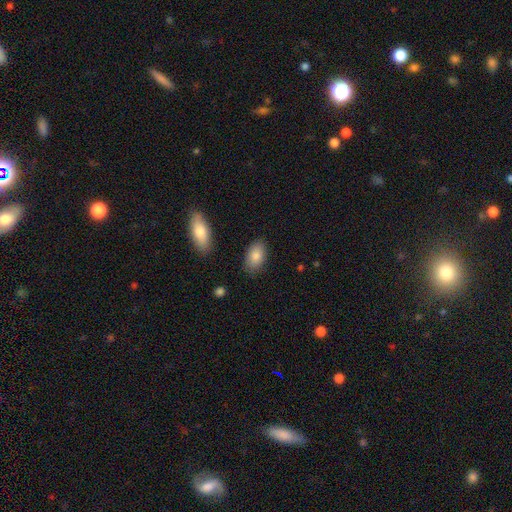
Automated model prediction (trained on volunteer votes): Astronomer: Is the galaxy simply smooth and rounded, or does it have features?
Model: smooth — 85%.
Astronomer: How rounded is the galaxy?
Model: in between — 92%.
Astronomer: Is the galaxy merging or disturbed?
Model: none — 83%.